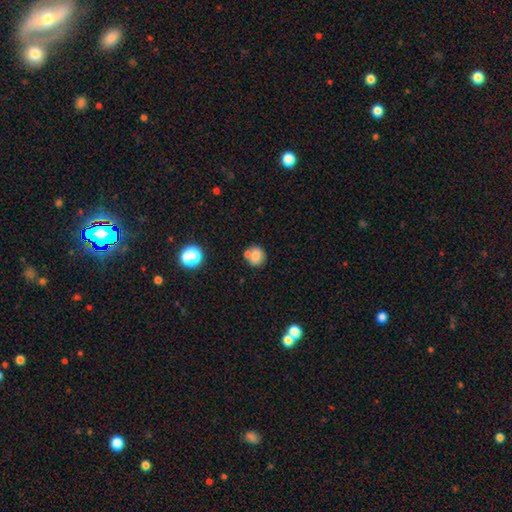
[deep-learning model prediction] Smooth or featured: smooth — 75% (featured or disk — 13%)
How rounded: round — 69% (in between — 30%)
Merging: none — 56% (merger — 26%)